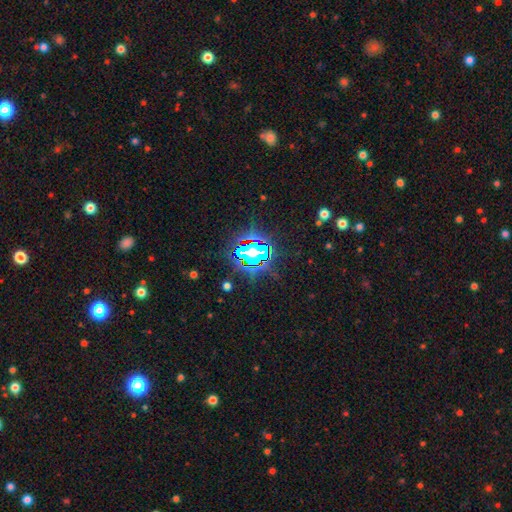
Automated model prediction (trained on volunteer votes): Smooth or featured? star or artifact (68%)